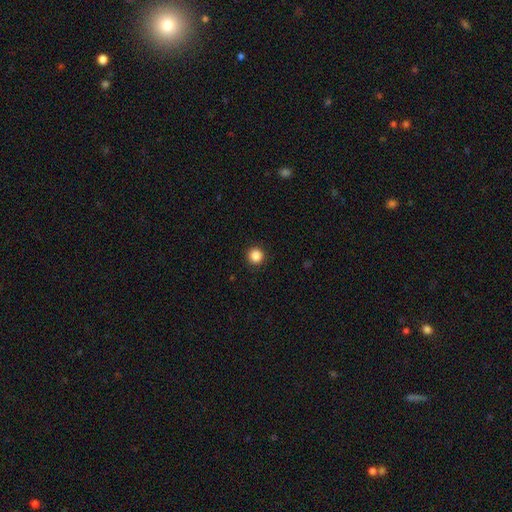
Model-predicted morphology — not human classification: Smooth or featured?
  - smooth: 87% *
  - star or artifact: 10%
  - featured or disk: 3%
How rounded?
  - round: 95% *
  - in between: 4%
  - cigar-shaped: 1%
Merging?
  - none: 93% *
  - minor disturbance: 5%
  - major disturbance: 2%
  - merger: 1%